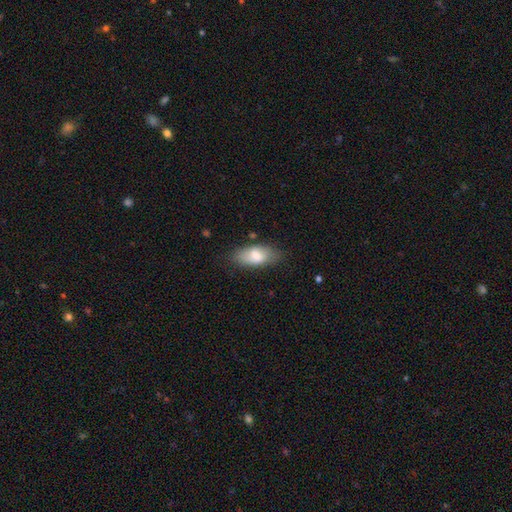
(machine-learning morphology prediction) smooth 78%, featured or disk 15%, star or artifact 7%. Down the decision tree: how rounded — in between (86%); merging — none (75%).